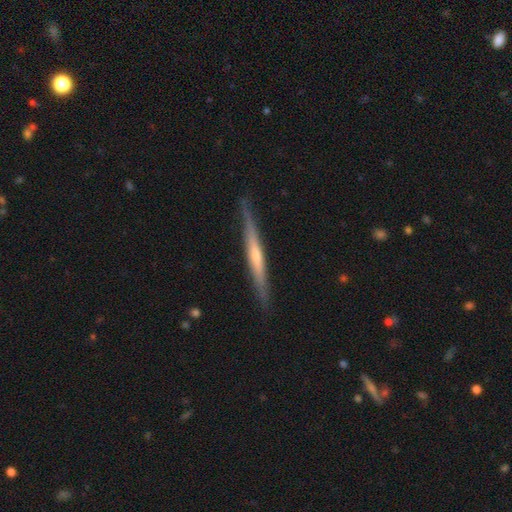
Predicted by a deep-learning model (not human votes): Overall: featured or disk (63%; smooth 31%). Edge-on disk: yes (97%). Edge-on bulge: none (49%; rounded 44%). Merging: none (87%).